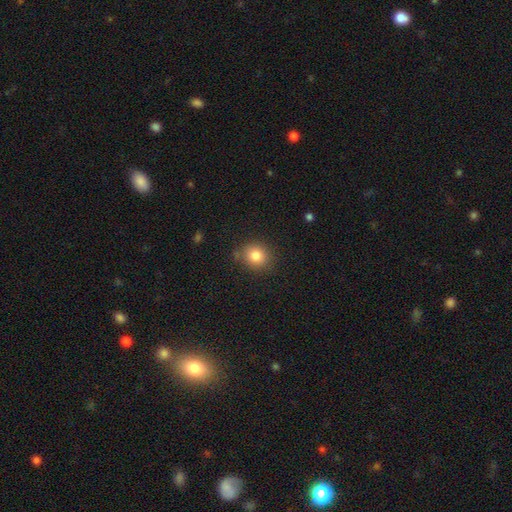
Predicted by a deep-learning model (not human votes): The model was most divided on "how rounded": round: 78%, in between: 21%, cigar-shaped: 1%. More confident: merging — none (82%); smooth or featured — smooth (82%).